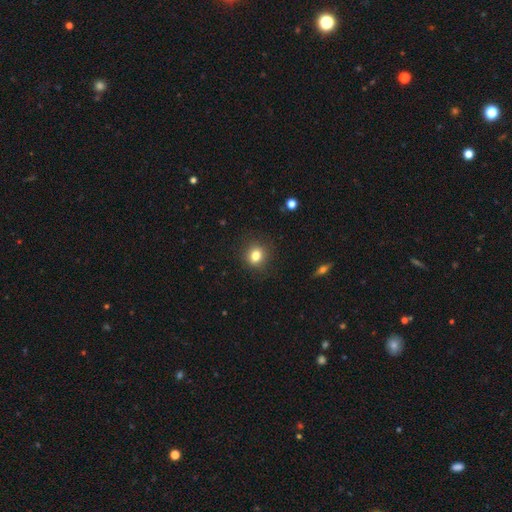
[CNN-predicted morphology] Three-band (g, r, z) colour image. It shows a smooth galaxy with no disk features (81%) that is round (78%). Merging: none (88%).